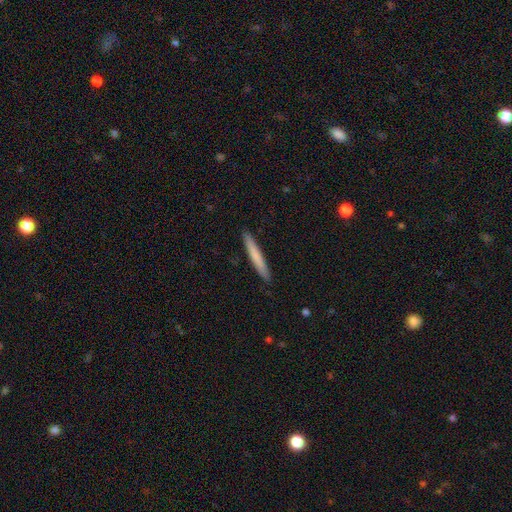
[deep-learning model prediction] Q: Smooth or featured?
A: smooth (73%); runner-up: featured or disk (22%)
Q: How rounded?
A: cigar-shaped (96%); runner-up: in between (3%)
Q: Merging?
A: none (91%); runner-up: minor disturbance (6%)